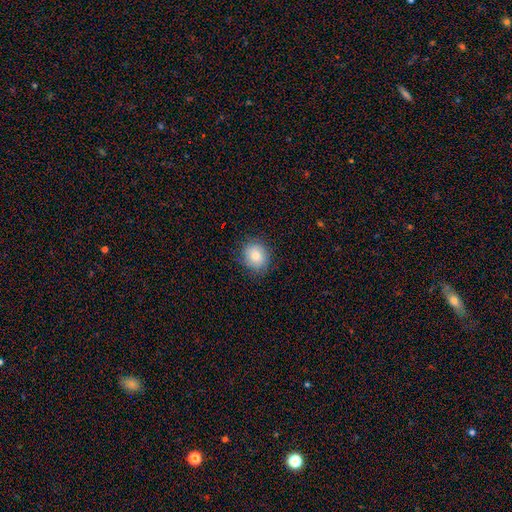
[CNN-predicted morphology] smooth-or-featured: smooth: 83% | featured or disk: 9% | star or artifact: 9%
  how-rounded: round: 71% | in between: 28% | cigar-shaped: 1%
  merging: none: 84% | minor disturbance: 12% | major disturbance: 3% | merger: 1%